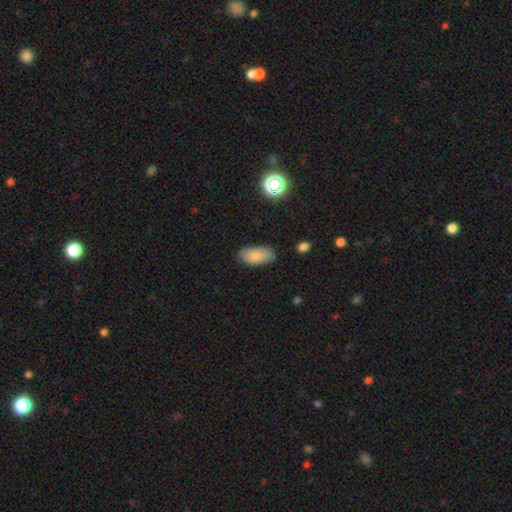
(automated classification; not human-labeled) This appears to be a smooth galaxy with no disk features (80%) that is in between round and cigar-shaped (91%). Merging: none (79%).